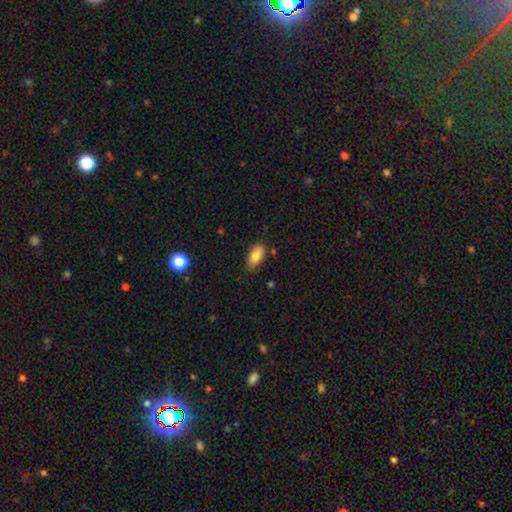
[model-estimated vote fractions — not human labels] Morphology: type=smooth (82%); roundness=in between (89%); merging=none (78%).